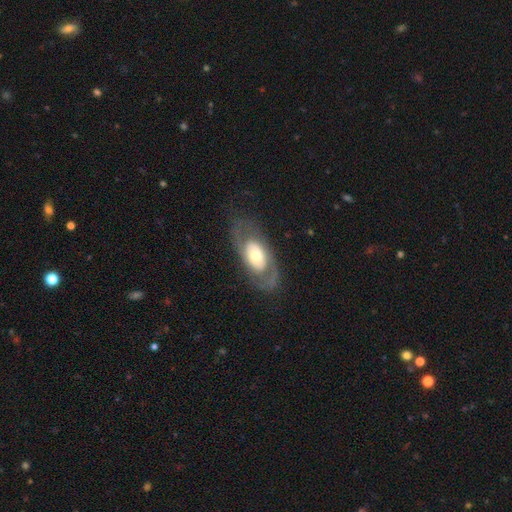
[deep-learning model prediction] Smooth or featured? Predicted: featured or disk (p=0.65). Edge-on disk? Predicted: no (p=0.89). Bar? Predicted: no (p=0.77). Spiral arms? Predicted: yes (p=0.53). Bulge size? Predicted: moderate (p=0.60). Merging? Predicted: none (p=0.69).